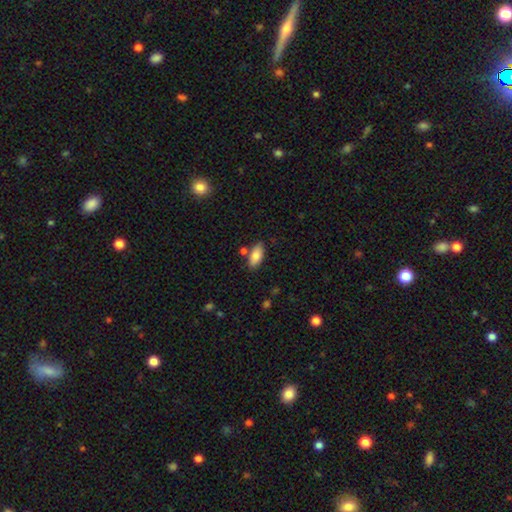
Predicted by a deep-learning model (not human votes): This appears to be a smooth galaxy with no disk features (83%) that is in between round and cigar-shaped (89%). Merging: none (77%).